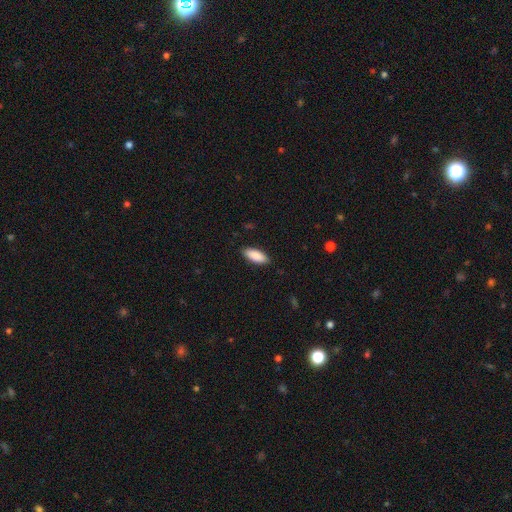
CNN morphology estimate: smooth_or_featured: smooth (p=0.88) [alt: featured or disk p=0.06]
how_rounded: in between (p=0.79) [alt: cigar-shaped p=0.19]
merging: none (p=0.88) [alt: minor disturbance p=0.09]